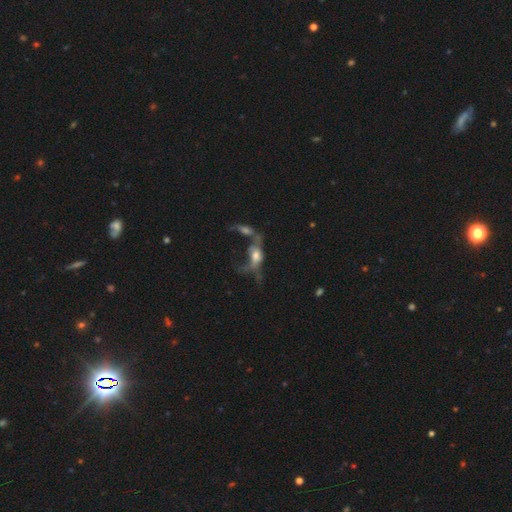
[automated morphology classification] This appears to be a featured or disk galaxy (53%). Merging: merger (44%).